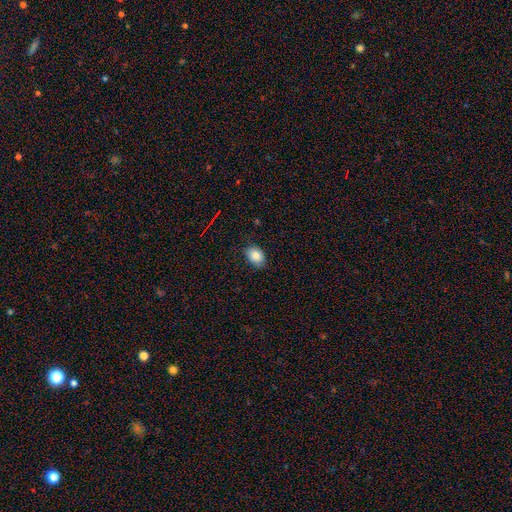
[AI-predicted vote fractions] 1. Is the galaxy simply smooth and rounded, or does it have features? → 84% smooth, 9% star or artifact, 7% featured or disk.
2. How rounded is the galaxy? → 73% in between, 26% round, 1% cigar-shaped.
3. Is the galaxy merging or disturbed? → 80% none, 16% minor disturbance, 3% major disturbance, 1% merger.